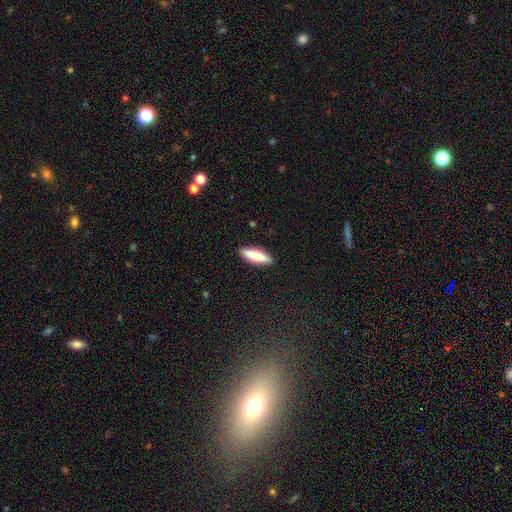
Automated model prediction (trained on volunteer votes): Morphology: type=smooth (82%); roundness=cigar-shaped (67%); merging=none (90%).